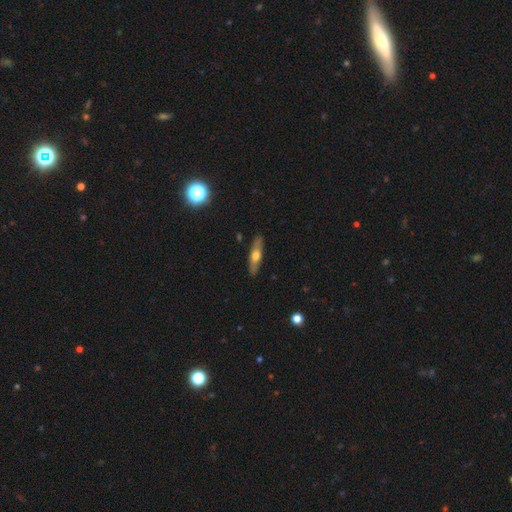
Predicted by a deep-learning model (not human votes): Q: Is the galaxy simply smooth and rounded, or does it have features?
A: smooth — 49%.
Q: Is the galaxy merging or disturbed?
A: none — 89%.